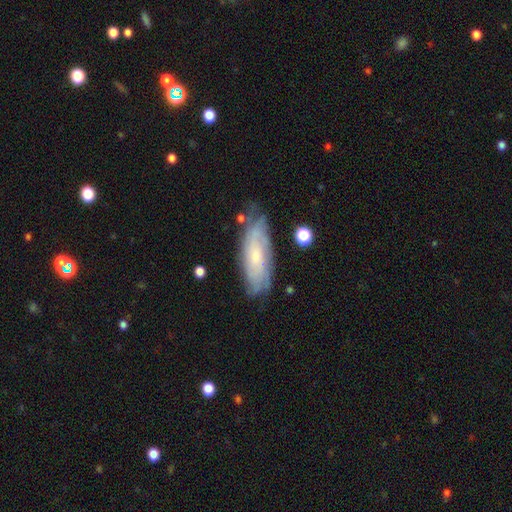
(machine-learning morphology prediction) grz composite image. It shows a featured or disk galaxy (58%). Merging: none (69%).